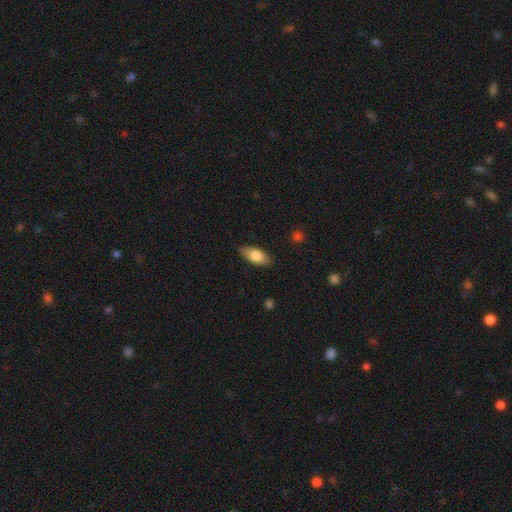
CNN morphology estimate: type=smooth (78%); roundness=in between (85%); merging=none (86%).